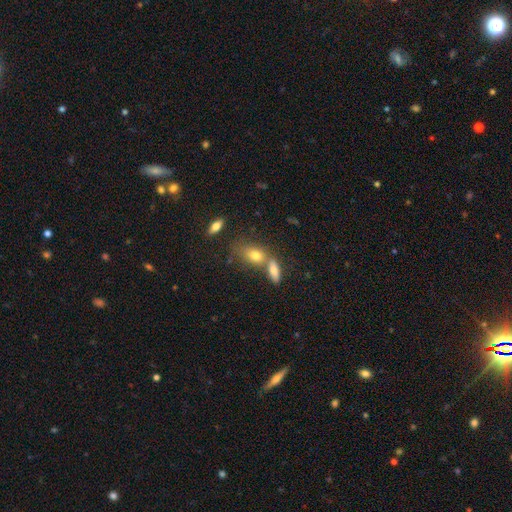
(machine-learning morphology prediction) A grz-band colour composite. It shows a smooth galaxy with no disk features (72%) that is in between round and cigar-shaped (73%). Merging: merger (43%).